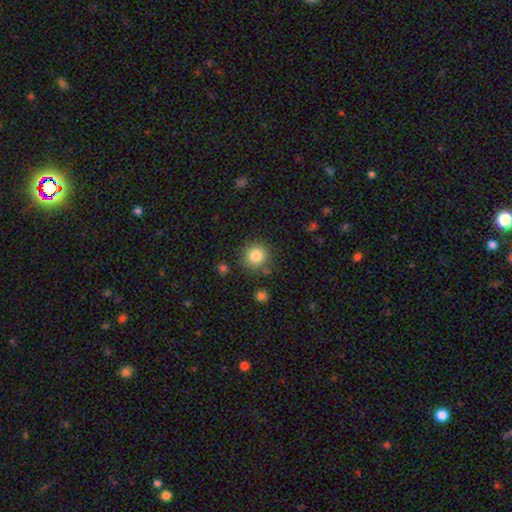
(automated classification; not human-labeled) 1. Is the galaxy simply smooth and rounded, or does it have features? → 83% smooth, 11% star or artifact, 6% featured or disk.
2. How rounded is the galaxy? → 91% round, 8% in between, 1% cigar-shaped.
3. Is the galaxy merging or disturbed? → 83% none, 10% minor disturbance, 4% merger, 3% major disturbance.